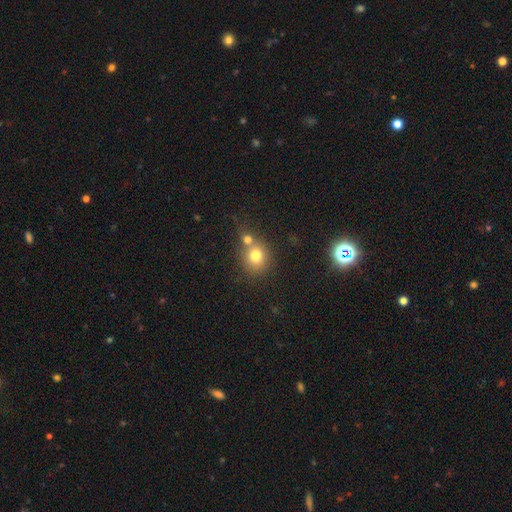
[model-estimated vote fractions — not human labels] Overall: smooth (76%). How rounded: round (82%). Merging: none (50%; merger 38%).